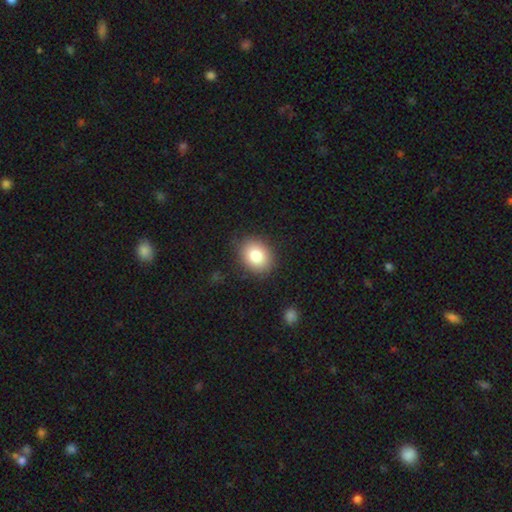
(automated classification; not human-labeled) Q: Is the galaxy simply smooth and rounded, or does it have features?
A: smooth — 82%.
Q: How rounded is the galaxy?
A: round — 52%.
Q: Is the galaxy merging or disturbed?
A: none — 85%.